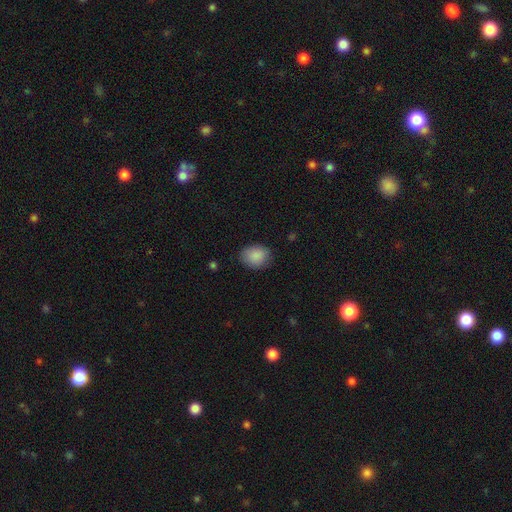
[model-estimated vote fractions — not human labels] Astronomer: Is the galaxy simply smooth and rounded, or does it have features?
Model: smooth — 89%.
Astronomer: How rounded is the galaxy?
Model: in between — 63%.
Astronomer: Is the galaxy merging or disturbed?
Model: none — 80%.